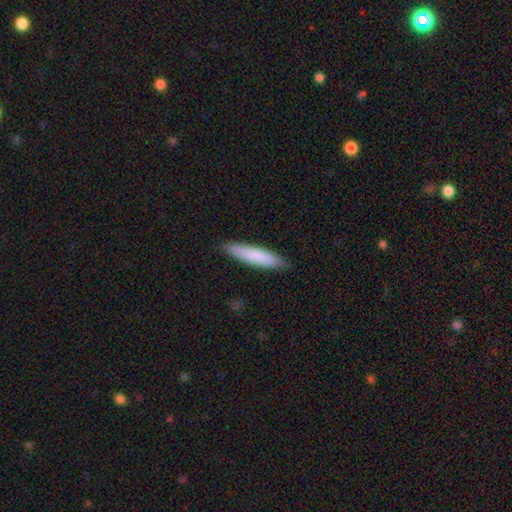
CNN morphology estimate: A smooth galaxy with no disk features (83%) that is cigar-shaped (85%). Merging: none (88%).